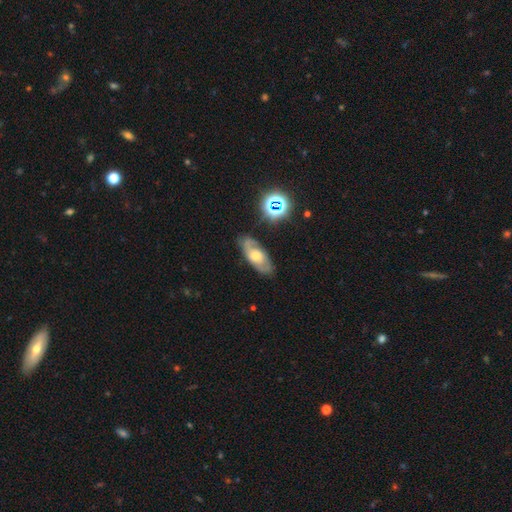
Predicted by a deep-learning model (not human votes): Smooth or featured? featured or disk (63%)
Edge-on disk? no (86%)
Bar? no (70%)
Spiral arms? yes (74%)
Bulge size? moderate (60%)
Merging? none (74%)